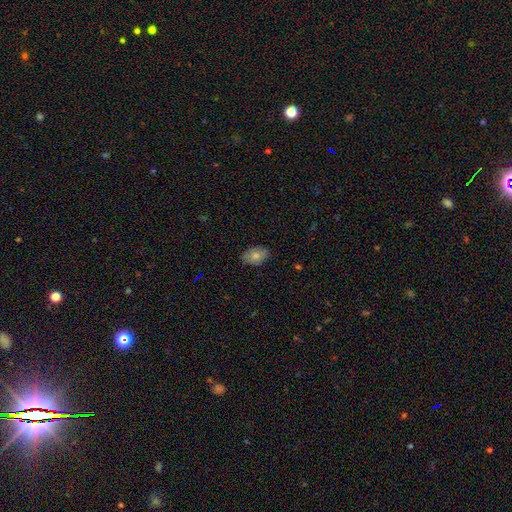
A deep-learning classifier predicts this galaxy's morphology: smooth 73%, featured or disk 15%, star or artifact 12%. Down the decision tree: how rounded — in between (85%); merging — none (82%).